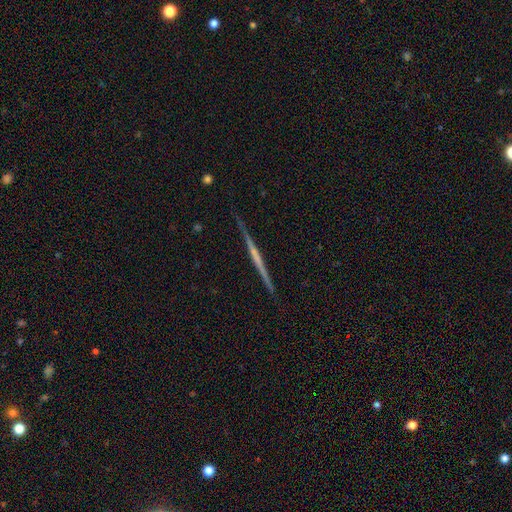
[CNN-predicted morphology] Smooth or featured: featured or disk — 71% (smooth — 22%)
Edge-on disk: yes — 98% (no — 2%)
Edge-on bulge: none — 69% (rounded — 23%)
Merging: none — 92% (minor disturbance — 6%)